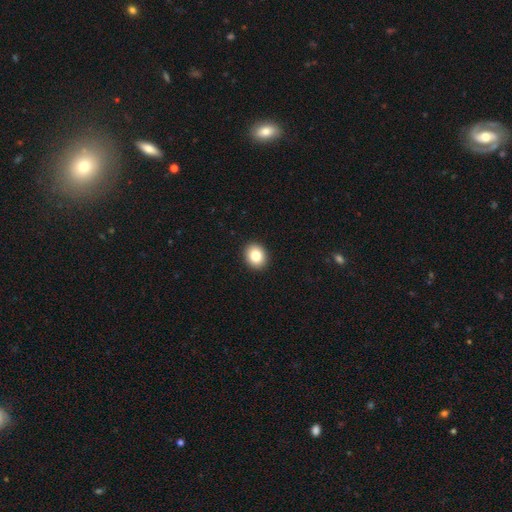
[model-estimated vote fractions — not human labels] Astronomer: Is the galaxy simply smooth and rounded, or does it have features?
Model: smooth — 82%.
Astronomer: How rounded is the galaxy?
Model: round — 66%.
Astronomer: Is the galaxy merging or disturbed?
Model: none — 93%.